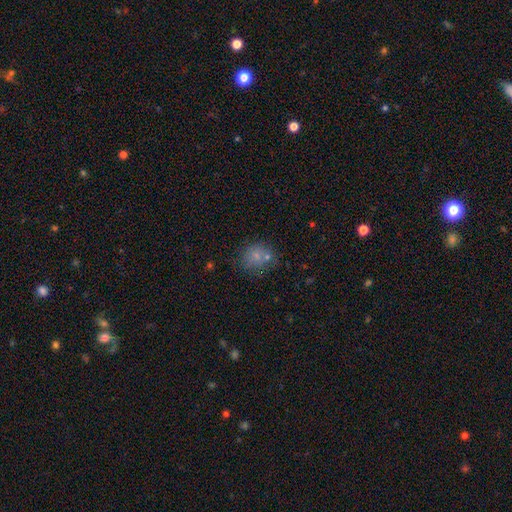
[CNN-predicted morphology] Smooth or featured?
  - smooth: 72% *
  - star or artifact: 15%
  - featured or disk: 13%
How rounded?
  - round: 78% *
  - in between: 20%
  - cigar-shaped: 1%
Merging?
  - none: 61% *
  - merger: 17%
  - minor disturbance: 16%
  - major disturbance: 7%